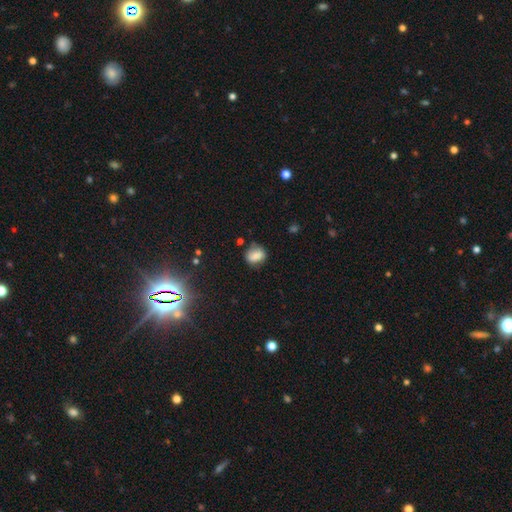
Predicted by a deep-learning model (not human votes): The model was most divided on "how rounded": round: 50%, in between: 48%, cigar-shaped: 2%. More confident: smooth or featured — smooth (75%); merging — none (68%).